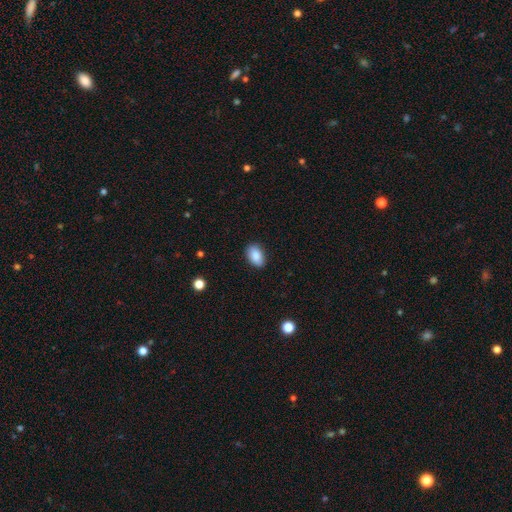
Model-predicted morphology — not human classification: Overall: smooth (88%). How rounded: in between (91%). Merging: none (88%).